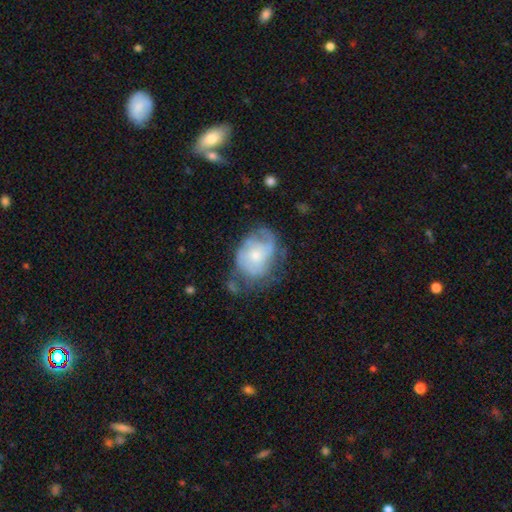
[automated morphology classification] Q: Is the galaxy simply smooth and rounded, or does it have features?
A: featured or disk — 60%.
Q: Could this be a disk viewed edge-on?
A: no — 97%.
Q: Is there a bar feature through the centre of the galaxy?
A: no — 78%.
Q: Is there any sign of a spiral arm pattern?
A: yes — 70%.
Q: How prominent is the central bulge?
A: small — 52%.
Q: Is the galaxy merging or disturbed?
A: none — 42%.